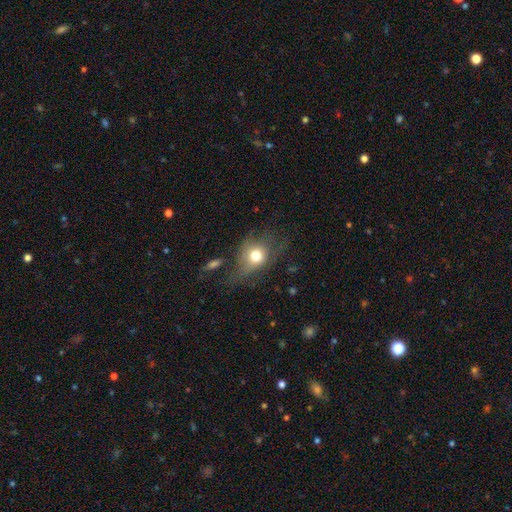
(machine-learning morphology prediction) Overall: smooth (68%). How rounded: round (52%; in between 46%). Merging: none (48%; minor disturbance 25%).